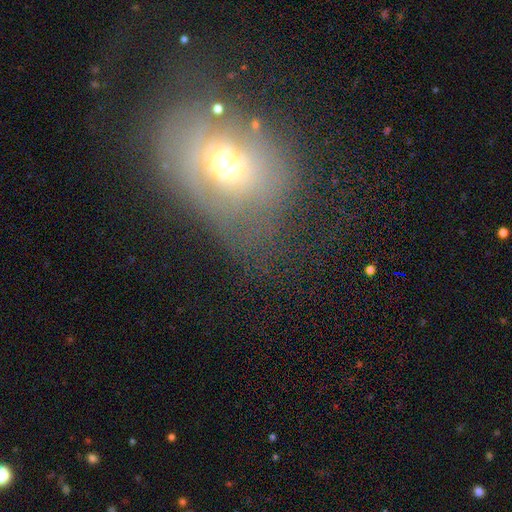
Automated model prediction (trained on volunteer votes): smooth-or-featured: smooth: 48% | featured or disk: 32% | star or artifact: 20%
  merging: none: 41% | major disturbance: 29% | minor disturbance: 25% | merger: 5%